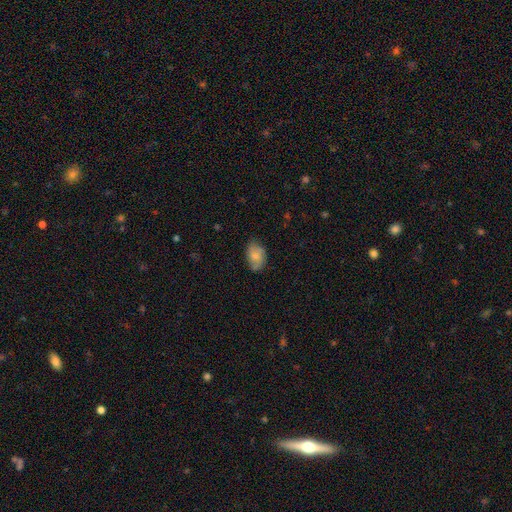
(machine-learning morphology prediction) A smooth galaxy with no disk features (74%) that is in between round and cigar-shaped (87%).

Vote fractions:
- Smooth or featured? smooth: 74% / featured or disk: 19% / star or artifact: 7%
- How rounded? in between: 87% / round: 11% / cigar-shaped: 1%
- Merging? none: 68% / minor disturbance: 25% / major disturbance: 6% / merger: 1%